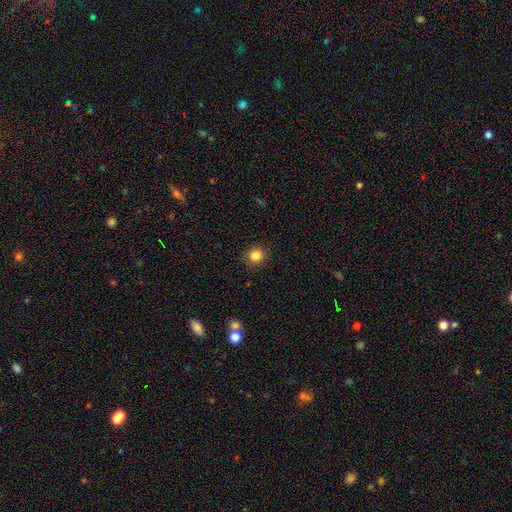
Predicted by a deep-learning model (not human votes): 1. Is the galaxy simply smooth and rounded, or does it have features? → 84% smooth, 11% star or artifact, 4% featured or disk.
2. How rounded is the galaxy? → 91% round, 8% in between, 1% cigar-shaped.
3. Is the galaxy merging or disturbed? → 91% none, 6% minor disturbance, 2% major disturbance, 1% merger.